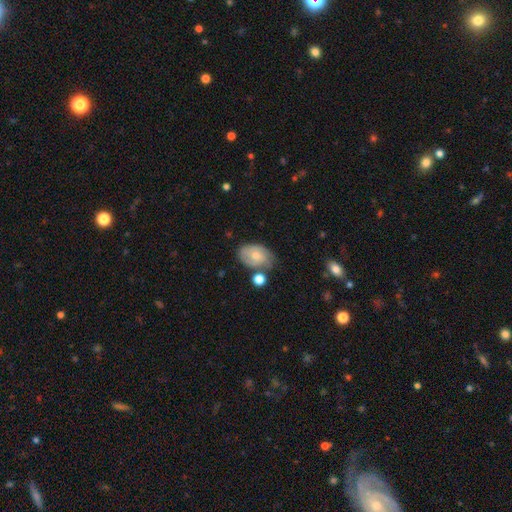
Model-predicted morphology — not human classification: A featured or disk galaxy (47%).

Vote fractions:
- Smooth or featured? featured or disk: 47% / smooth: 45% / star or artifact: 7%
- Merging? none: 53% / minor disturbance: 27% / merger: 11% / major disturbance: 8%